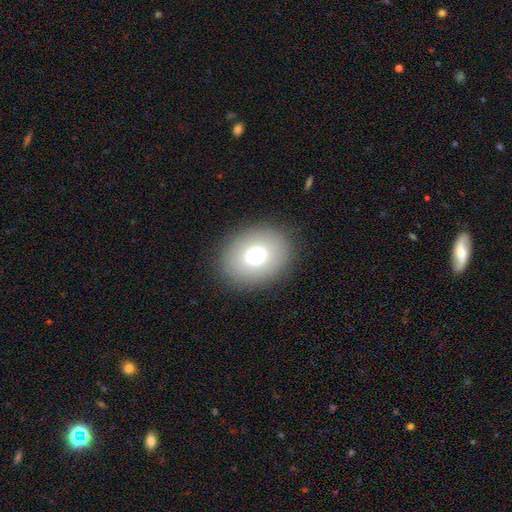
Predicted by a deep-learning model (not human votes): Q: Smooth or featured?
A: smooth (76%); runner-up: featured or disk (14%)
Q: How rounded?
A: in between (54%); runner-up: round (45%)
Q: Merging?
A: none (89%); runner-up: minor disturbance (7%)